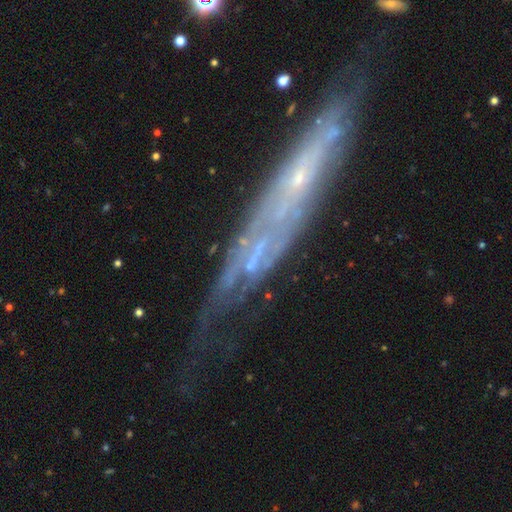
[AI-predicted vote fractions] Smooth or featured? featured or disk (66%)
Edge-on disk? no (52%)
Merging? none (55%)